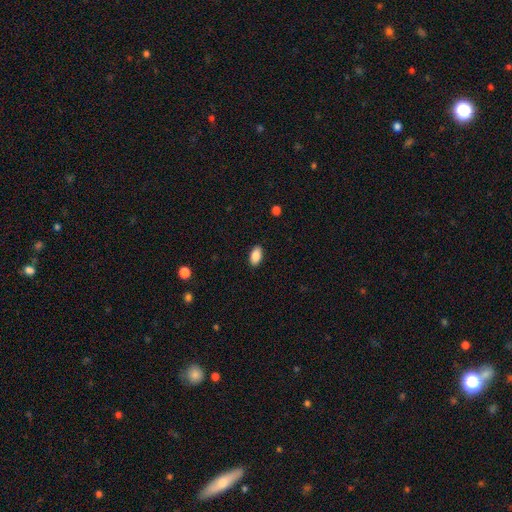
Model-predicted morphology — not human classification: smooth_or_featured: smooth (p=0.89) [alt: star or artifact p=0.07]
how_rounded: in between (p=0.94) [alt: round p=0.04]
merging: none (p=0.89) [alt: minor disturbance p=0.08]